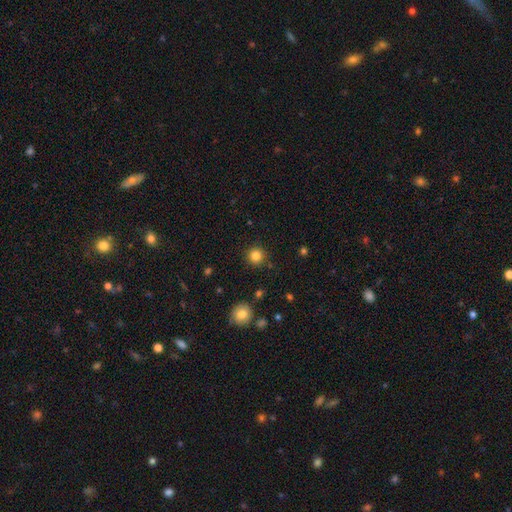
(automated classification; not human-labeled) A smooth galaxy with no disk features (83%) that is round (95%).

Vote fractions:
- Smooth or featured? smooth: 83% / star or artifact: 12% / featured or disk: 5%
- How rounded? round: 95% / in between: 5% / cigar-shaped: 1%
- Merging? none: 89% / minor disturbance: 6% / major disturbance: 2% / merger: 2%